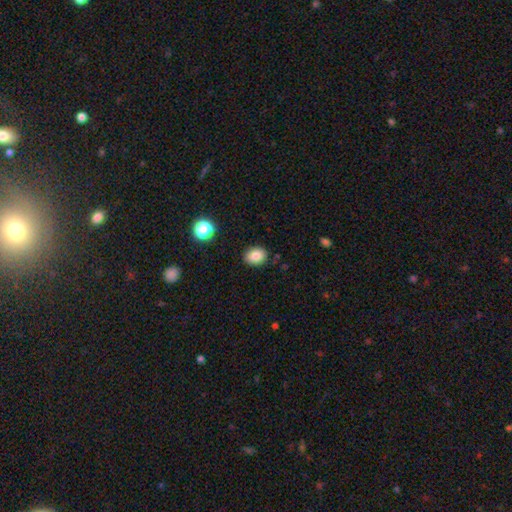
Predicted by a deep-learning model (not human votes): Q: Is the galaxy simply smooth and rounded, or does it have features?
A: smooth — 85%.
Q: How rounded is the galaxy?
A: in between — 55%.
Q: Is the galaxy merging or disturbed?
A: none — 86%.